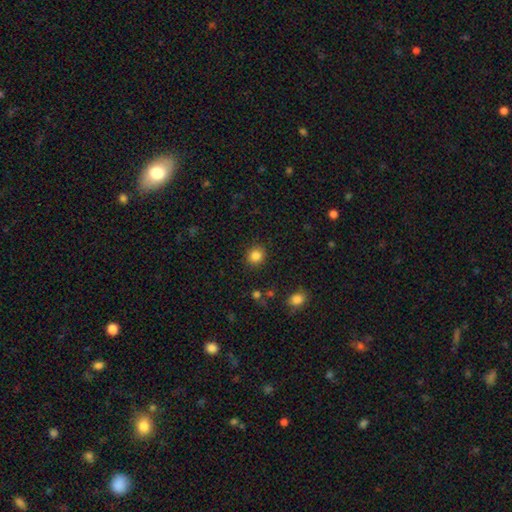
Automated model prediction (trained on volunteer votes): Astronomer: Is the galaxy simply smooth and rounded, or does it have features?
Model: smooth — 85%.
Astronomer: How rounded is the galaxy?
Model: round — 82%.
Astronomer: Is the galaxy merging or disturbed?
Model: none — 88%.